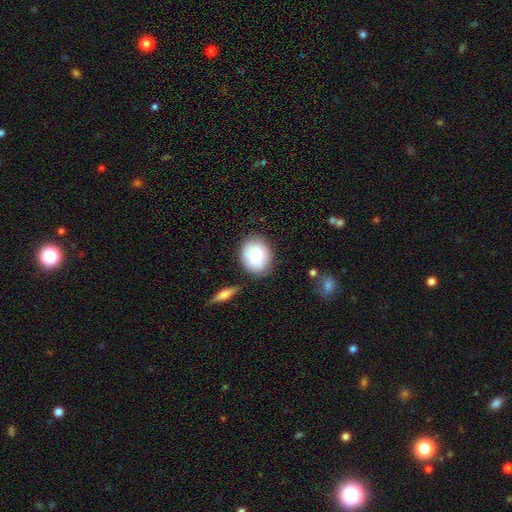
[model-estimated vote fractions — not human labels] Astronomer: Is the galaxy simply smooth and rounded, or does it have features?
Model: smooth — 78%.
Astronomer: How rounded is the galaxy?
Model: round — 62% (runner-up: in between, 37%).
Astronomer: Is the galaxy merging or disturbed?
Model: none — 76%.